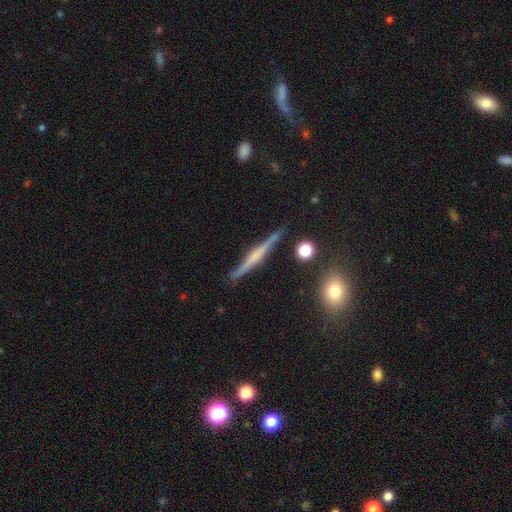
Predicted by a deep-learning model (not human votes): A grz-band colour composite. It shows a featured or disk galaxy (75%) viewed edge-on (98%) with a rounded central bulge (58%). Merging: none (89%).